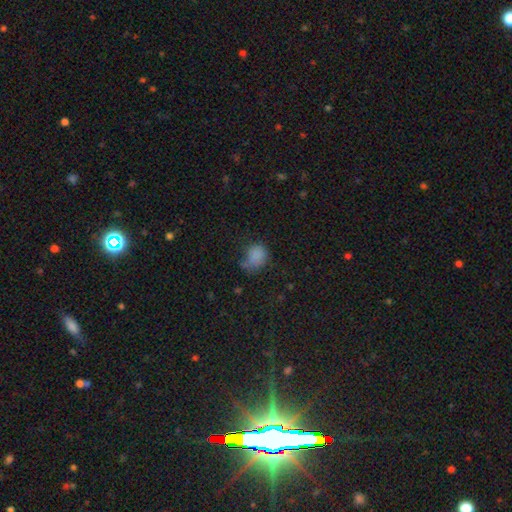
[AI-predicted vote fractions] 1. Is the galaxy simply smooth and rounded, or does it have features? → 79% smooth, 13% star or artifact, 8% featured or disk.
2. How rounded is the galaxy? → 55% round, 44% in between, 1% cigar-shaped.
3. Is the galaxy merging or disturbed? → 45% none, 30% minor disturbance, 18% major disturbance, 6% merger.